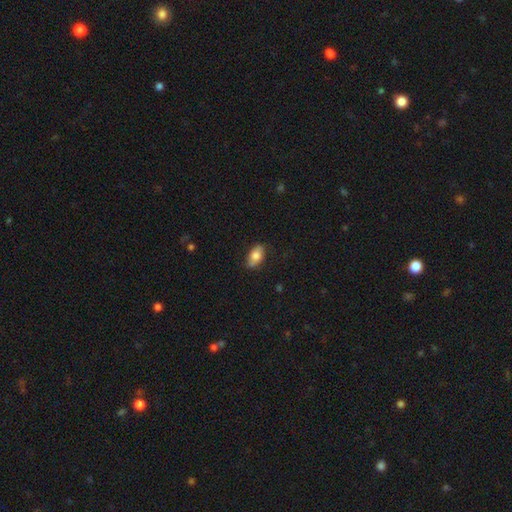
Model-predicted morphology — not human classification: smooth-or-featured: smooth: 76% | featured or disk: 17% | star or artifact: 7%
  how-rounded: in between: 90% | round: 5% | cigar-shaped: 5%
  merging: none: 79% | minor disturbance: 17% | major disturbance: 3% | merger: 1%